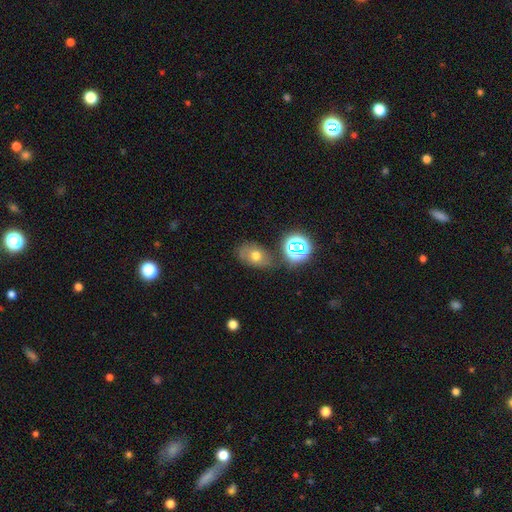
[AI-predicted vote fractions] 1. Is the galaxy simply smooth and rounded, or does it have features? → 59% smooth, 22% featured or disk, 19% star or artifact.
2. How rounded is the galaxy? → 74% in between, 25% round, 1% cigar-shaped.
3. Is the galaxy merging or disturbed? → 61% none, 22% minor disturbance, 8% merger, 8% major disturbance.